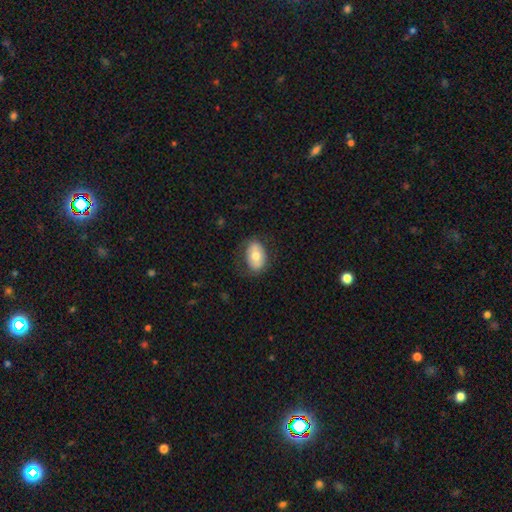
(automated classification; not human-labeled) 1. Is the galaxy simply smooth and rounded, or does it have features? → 68% smooth, 25% featured or disk, 7% star or artifact.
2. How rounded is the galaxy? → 85% in between, 14% round, 1% cigar-shaped.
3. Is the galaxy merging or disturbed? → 76% none, 17% minor disturbance, 6% major disturbance, 1% merger.